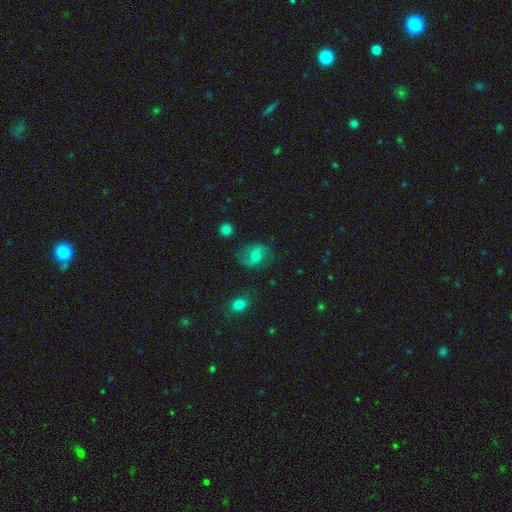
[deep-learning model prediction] Smooth or featured? smooth (51%)
How rounded? in between (52%)
Merging? none (71%)